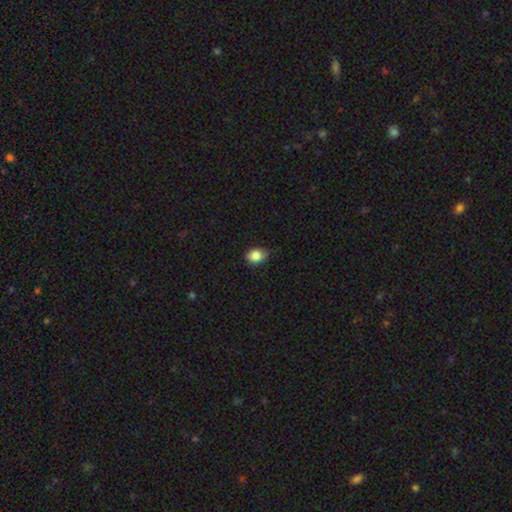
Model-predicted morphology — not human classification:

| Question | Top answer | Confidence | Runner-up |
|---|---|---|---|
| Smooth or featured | smooth | 85% | star or artifact (9%) |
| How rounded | in between | 57% | round (42%) |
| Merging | none | 74% | minor disturbance (22%) |